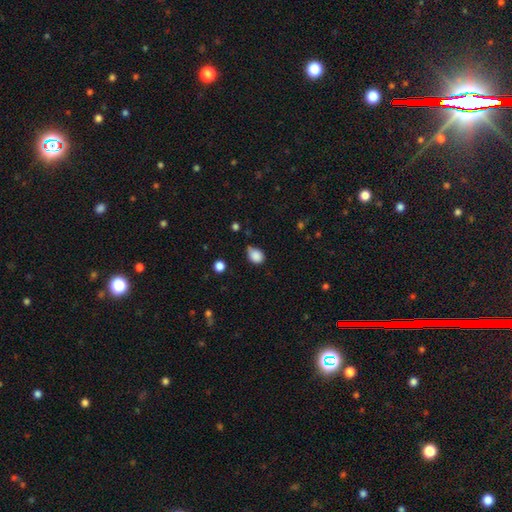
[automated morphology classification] A smooth galaxy with no disk features (86%) that is in between round and cigar-shaped (60%).

Vote fractions:
- Smooth or featured? smooth: 86% / star or artifact: 9% / featured or disk: 5%
- How rounded? in between: 60% / round: 39% / cigar-shaped: 1%
- Merging? none: 48% / minor disturbance: 41% / major disturbance: 7% / merger: 4%